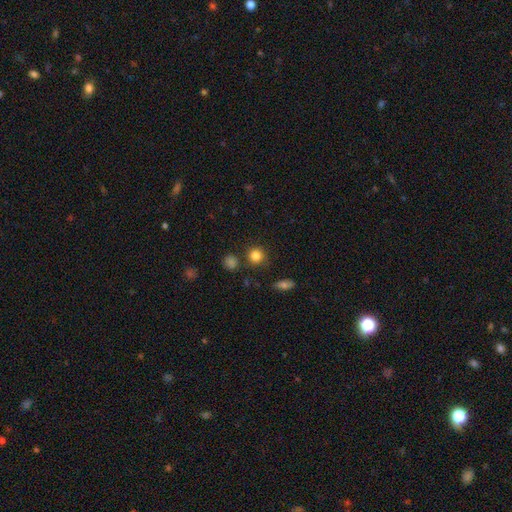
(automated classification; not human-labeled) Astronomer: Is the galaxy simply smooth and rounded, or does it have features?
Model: smooth — 84%.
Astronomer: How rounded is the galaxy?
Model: round — 92%.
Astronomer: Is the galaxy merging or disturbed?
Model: none — 85%.